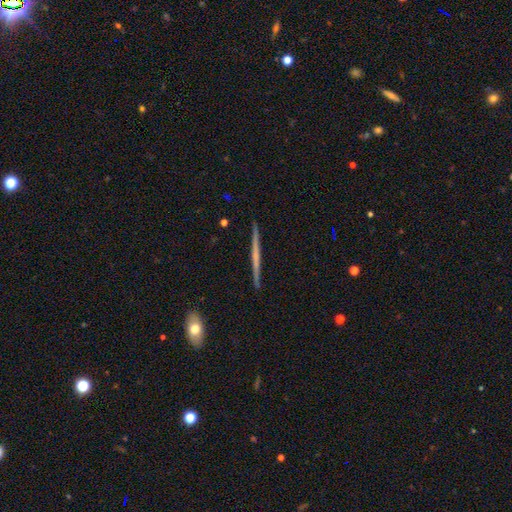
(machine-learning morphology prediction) A featured or disk galaxy (64%) viewed edge-on (98%) with no central bulge (78%). Merging: none (92%).